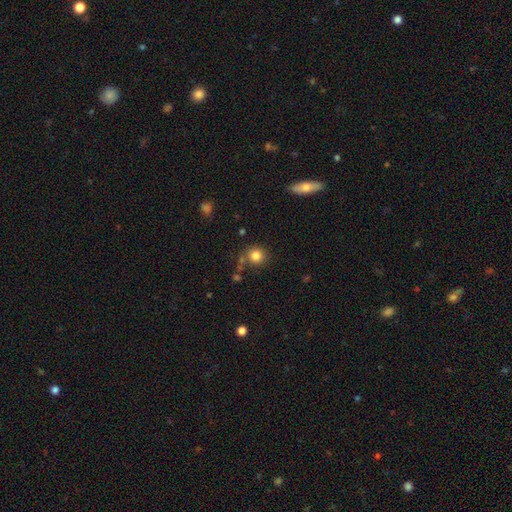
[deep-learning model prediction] Smooth or featured? smooth (83%)
How rounded? round (89%)
Merging? none (75%)